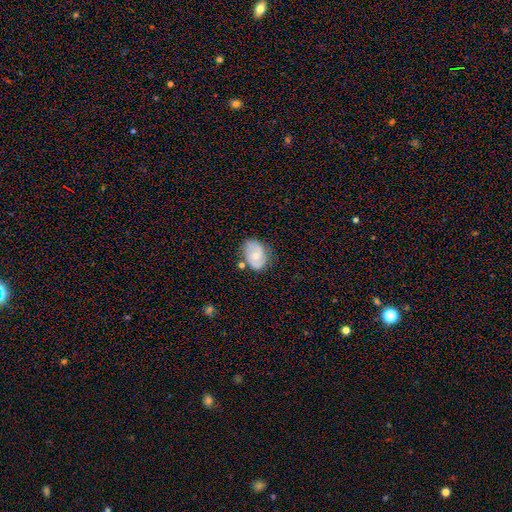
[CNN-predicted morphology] type=featured or disk (52%); edge-on=no (96%); bar=no (70%); spiral arms=yes (72%); bulge=moderate (57%); merging=none (67%).